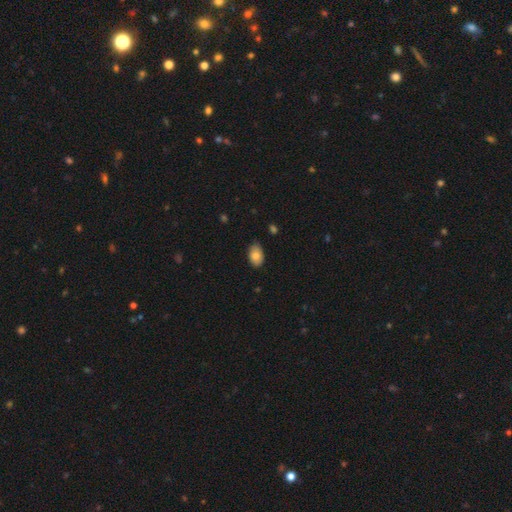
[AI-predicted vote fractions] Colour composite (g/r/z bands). It shows a smooth galaxy with no disk features (79%) that is in between round and cigar-shaped (89%). Merging: none (81%).